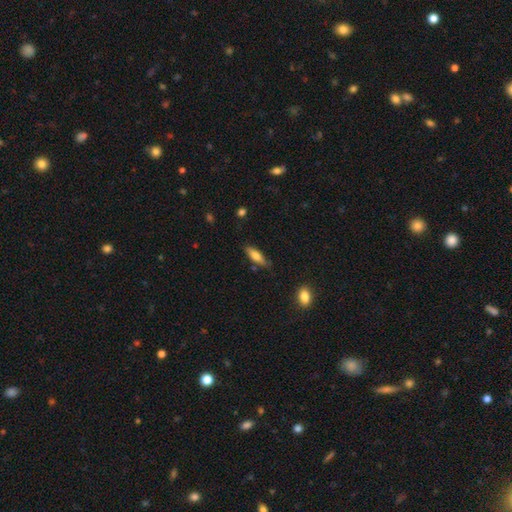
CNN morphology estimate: This is likely a smooth galaxy (71%). How rounded: possibly cigar-shaped (50%). Merging: likely none (78%).